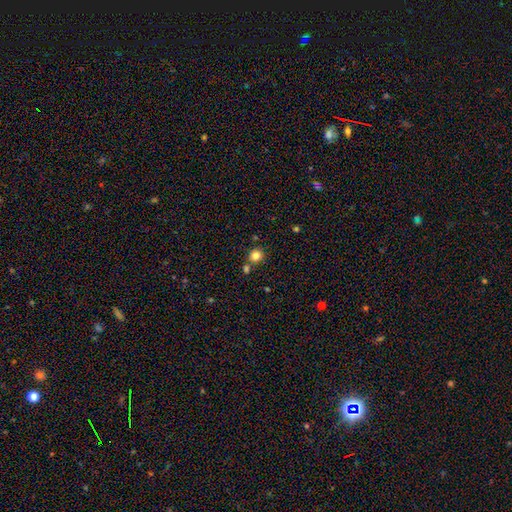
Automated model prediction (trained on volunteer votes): Morphology: type=smooth (83%); roundness=round (89%); merging=none (78%).